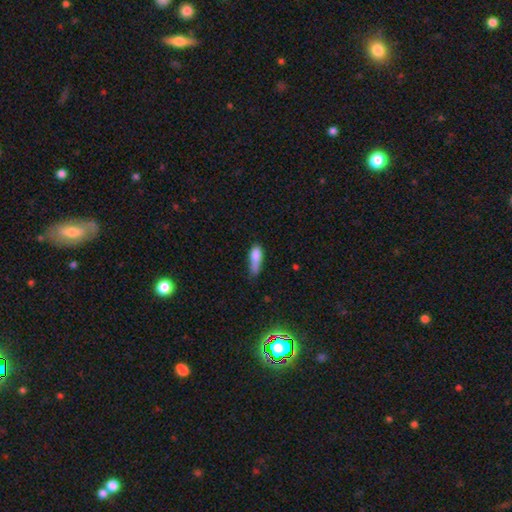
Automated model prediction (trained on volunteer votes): A smooth galaxy with no disk features (79%) that is in between round and cigar-shaped (61%). Merging: minor disturbance (41%).